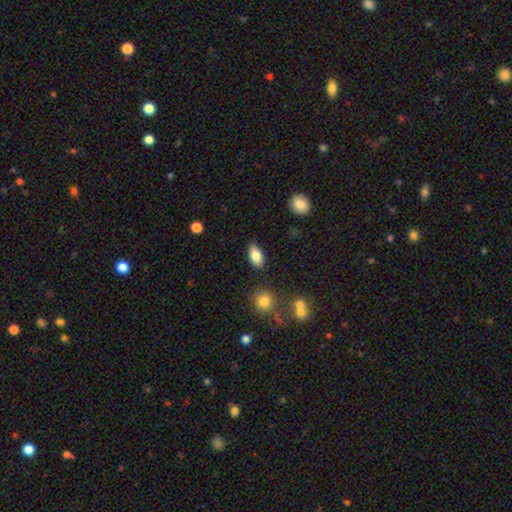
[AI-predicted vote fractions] This is clearly a smooth galaxy (83%). How rounded: clearly in between (91%). Merging: clearly none (87%).